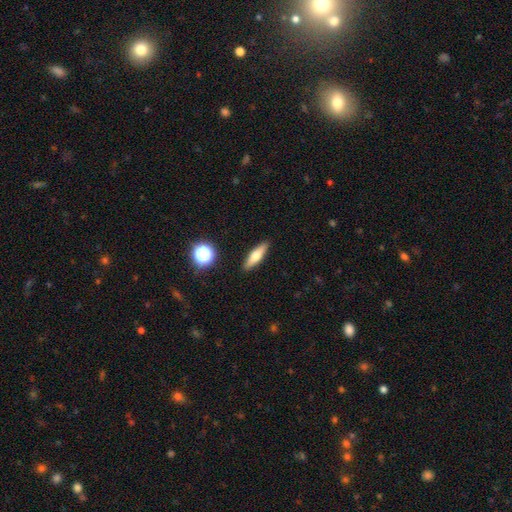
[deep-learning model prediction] Smooth or featured? Predicted: smooth (p=0.56). How rounded? Predicted: cigar-shaped (p=0.64). Merging? Predicted: none (p=0.90).